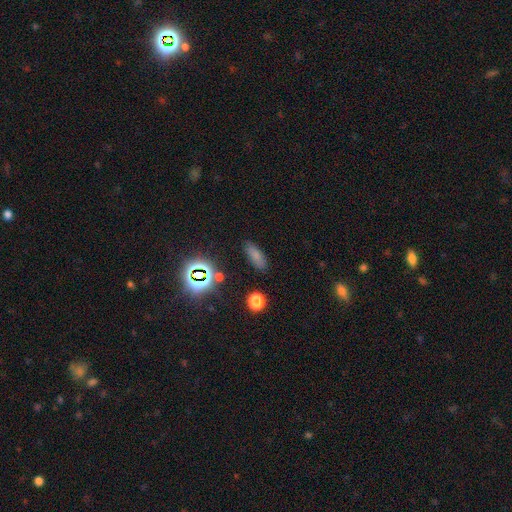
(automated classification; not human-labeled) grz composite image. It shows a smooth galaxy with no disk features (71%) that is in between round and cigar-shaped (66%). Merging: none (85%).